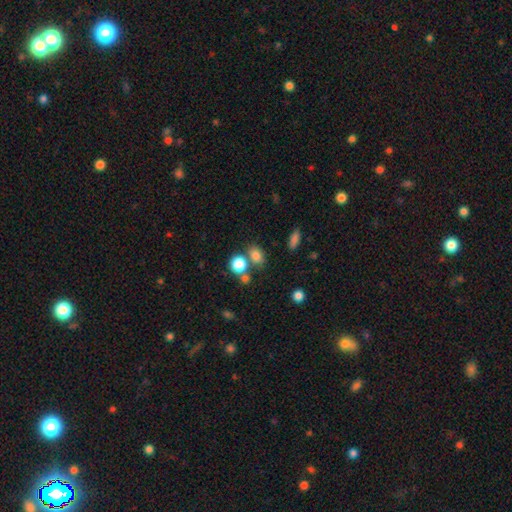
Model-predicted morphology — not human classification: This appears to be a smooth galaxy with no disk features (79%) that is in between round and cigar-shaped (54%). Merging: none (62%).